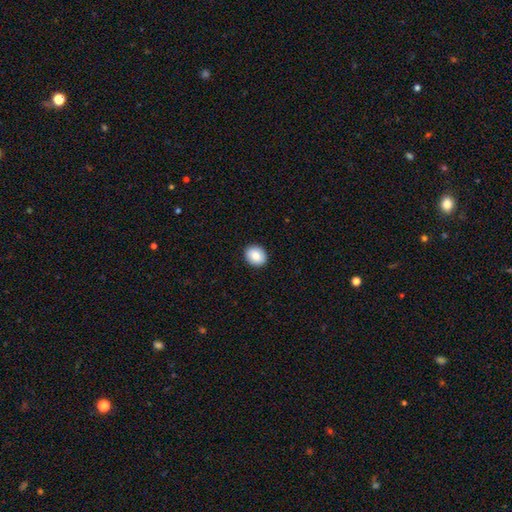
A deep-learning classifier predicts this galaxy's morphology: Q: Smooth or featured?
A: smooth (86%); runner-up: star or artifact (8%)
Q: How rounded?
A: round (63%); runner-up: in between (36%)
Q: Merging?
A: none (91%); runner-up: minor disturbance (6%)